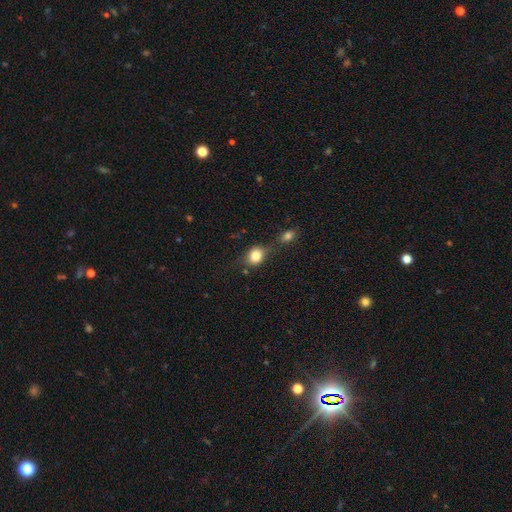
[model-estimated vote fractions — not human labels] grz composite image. It shows a smooth galaxy with no disk features (80%) that is round (58%). Merging: none (52%).